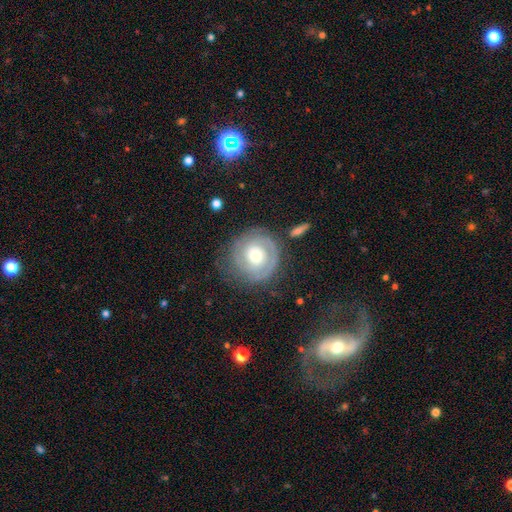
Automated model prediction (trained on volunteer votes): This is likely a featured or disk galaxy (74%). It is clearly not viewed edge-on (97%). Bar: likely no (79%). Spiral arm pattern: clearly yes (85%). Spiral arm count: marginally 2 (35%). Spiral winding: likely tight (76%). Central bulge: possibly moderate (58%). Merging: likely none (72%).